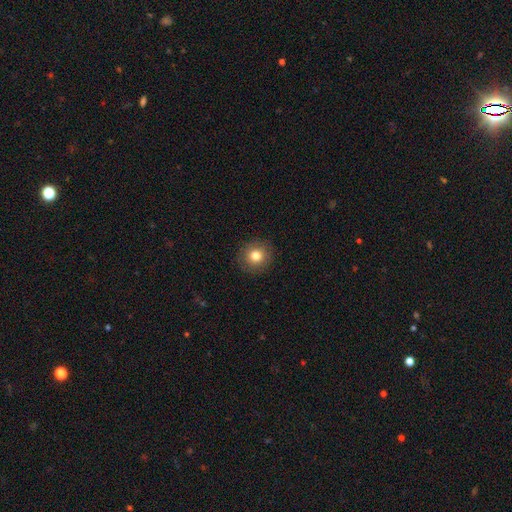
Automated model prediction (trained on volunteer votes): Smooth or featured? Predicted: smooth (p=0.79). How rounded? Predicted: round (p=0.92). Merging? Predicted: none (p=0.91).